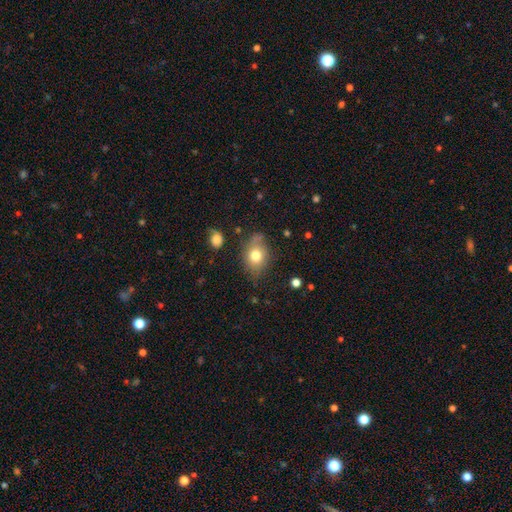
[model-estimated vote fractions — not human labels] smooth-or-featured: smooth: 76% | featured or disk: 14% | star or artifact: 10%
  how-rounded: in between: 60% | round: 38% | cigar-shaped: 1%
  merging: none: 68% | minor disturbance: 22% | major disturbance: 6% | merger: 4%